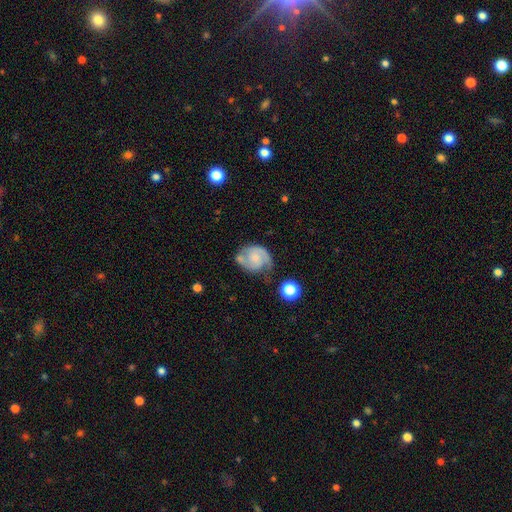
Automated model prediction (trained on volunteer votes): smooth_or_featured: featured or disk (p=0.76) [alt: smooth p=0.18]
disk_edge_on: no (p=0.98) [alt: yes p=0.02]
bar: no (p=0.58) [alt: weak p=0.36]
has_spiral_arms: yes (p=0.94) [alt: no p=0.06]
spiral_winding: medium (p=0.48) [alt: tight p=0.37]
spiral_arm_count: 2 (p=0.80) [alt: 1 p=0.08]
bulge_size: small (p=0.42) [alt: moderate p=0.28]
merging: none (p=0.56) [alt: minor disturbance p=0.24]